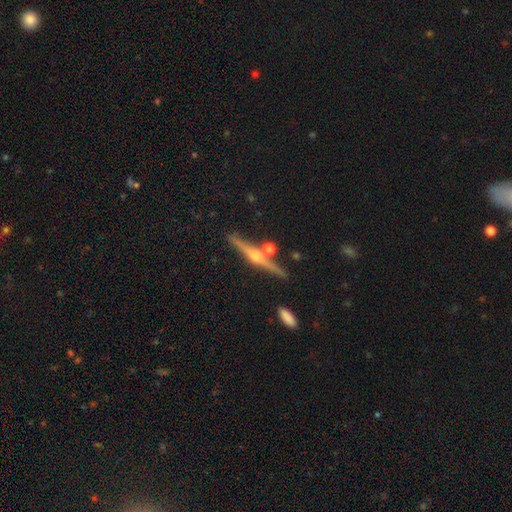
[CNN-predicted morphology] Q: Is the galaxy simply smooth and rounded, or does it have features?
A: featured or disk — 79%.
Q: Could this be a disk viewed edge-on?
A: yes — 97%.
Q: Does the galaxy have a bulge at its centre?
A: rounded — 93%.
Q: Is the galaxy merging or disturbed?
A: none — 80%.